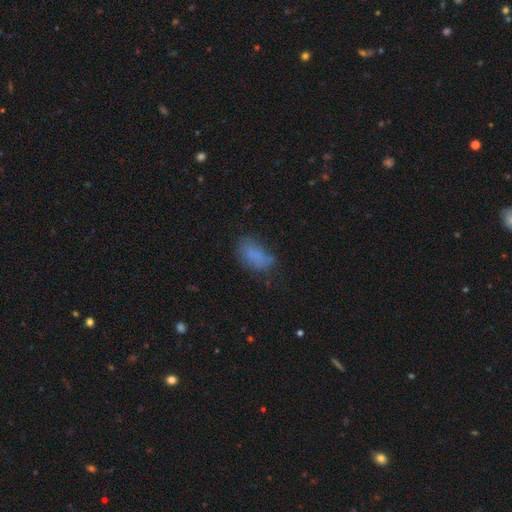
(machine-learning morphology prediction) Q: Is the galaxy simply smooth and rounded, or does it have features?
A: smooth — 75%.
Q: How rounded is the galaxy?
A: in between — 90%.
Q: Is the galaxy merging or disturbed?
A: none — 53%.